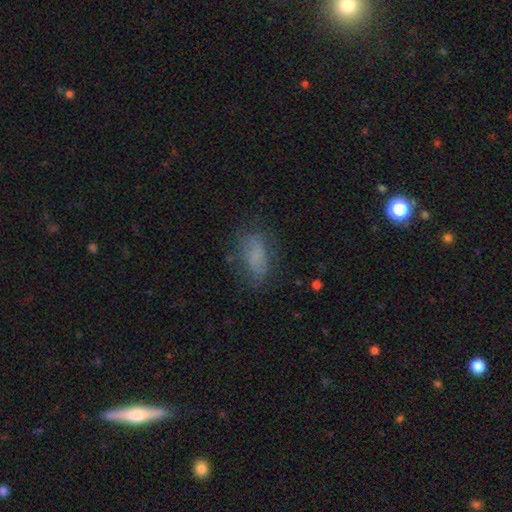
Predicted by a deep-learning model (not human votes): smooth 64%, featured or disk 23%, star or artifact 13%. Down the decision tree: how rounded — in between (87%); merging — none (62%).